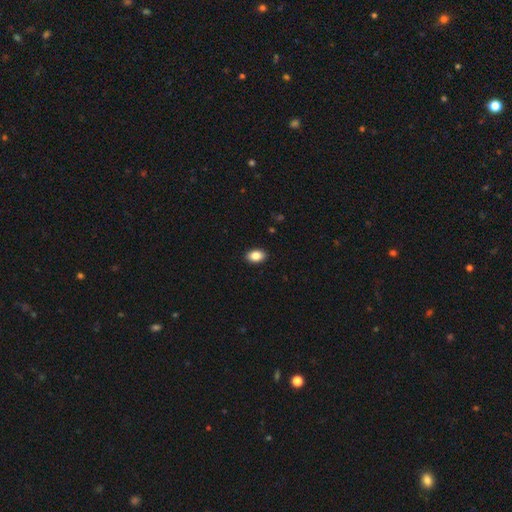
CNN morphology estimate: This appears to be a smooth galaxy with no disk features (87%) that is in between round and cigar-shaped (87%). Merging: none (91%).